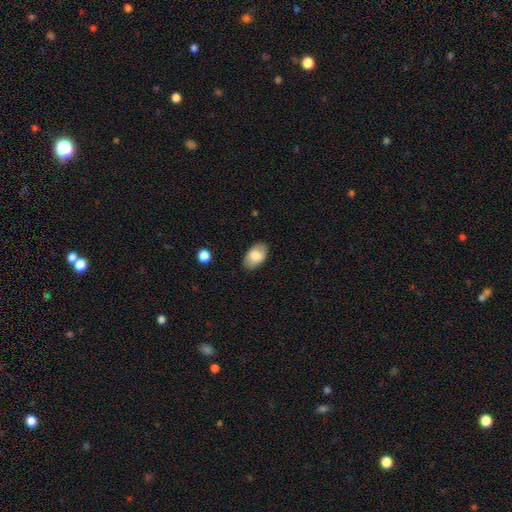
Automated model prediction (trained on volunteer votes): Overall: smooth (79%). How rounded: in between (93%). Merging: none (84%).